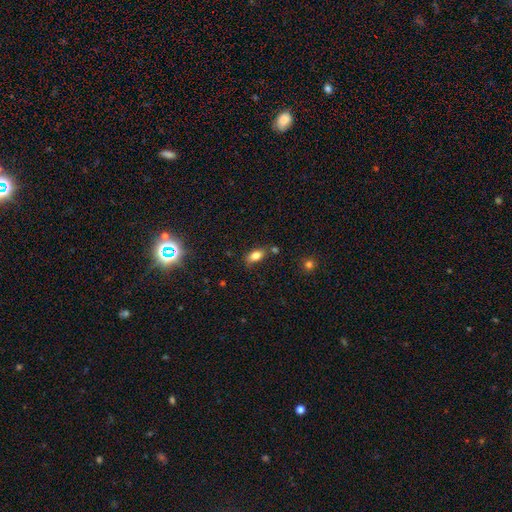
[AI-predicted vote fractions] Smooth or featured? Predicted: smooth (p=0.80). How rounded? Predicted: in between (p=0.86). Merging? Predicted: none (p=0.68).